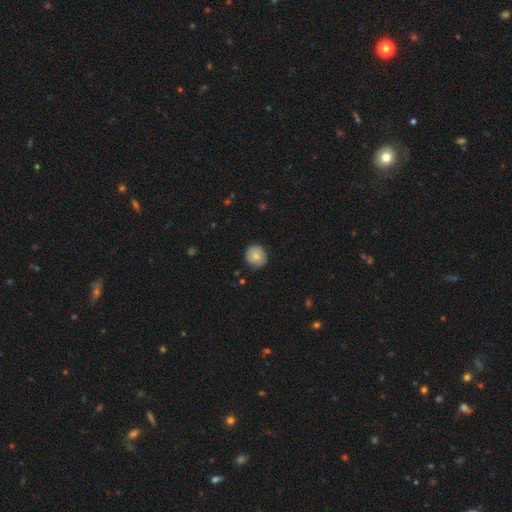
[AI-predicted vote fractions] smooth 77%, featured or disk 16%, star or artifact 7%. Down the decision tree: how rounded — round (90%); merging — none (79%).